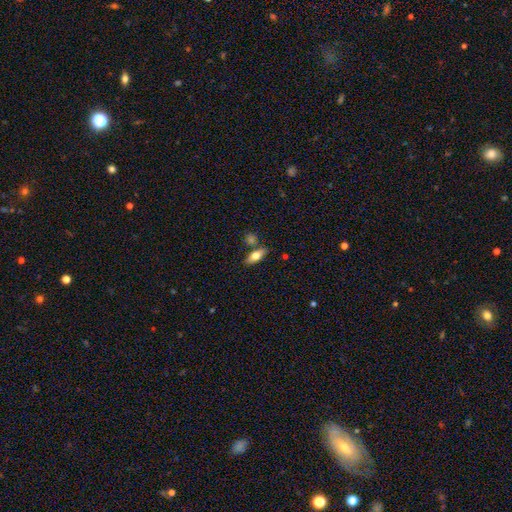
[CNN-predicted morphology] Smooth or featured? smooth (64%)
How rounded? in between (70%)
Merging? none (72%)